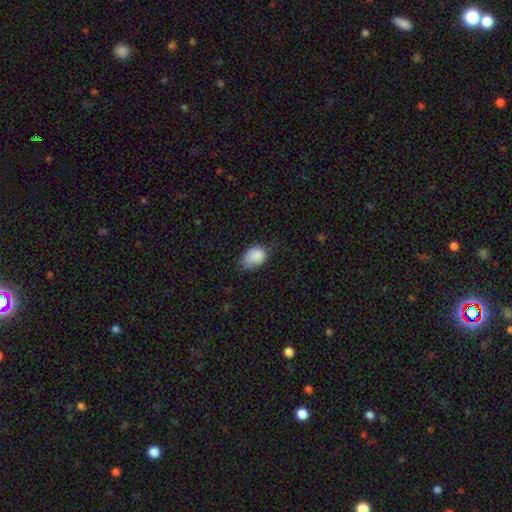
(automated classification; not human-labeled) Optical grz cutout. It shows a smooth galaxy with no disk features (86%) that is in between round and cigar-shaped (82%). Merging: none (43%).